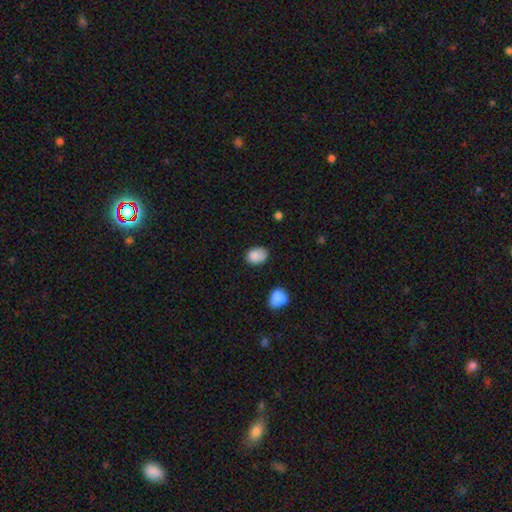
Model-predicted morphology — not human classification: A smooth galaxy with no disk features (86%) that is in between round and cigar-shaped (68%). Merging: none (68%).